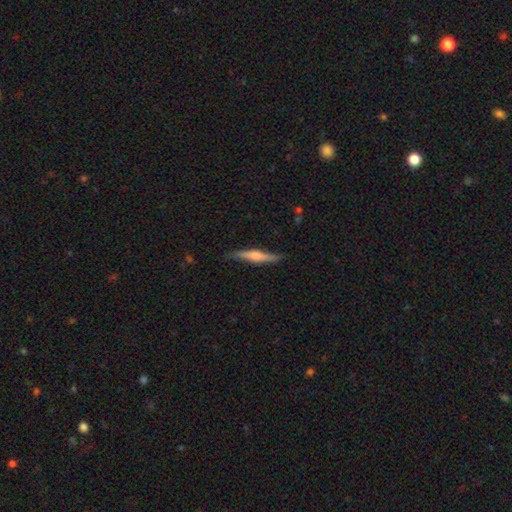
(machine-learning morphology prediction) Smooth or featured: featured or disk — 57% (smooth — 38%)
Edge-on disk: yes — 96% (no — 4%)
Edge-on bulge: rounded — 72% (boxy — 17%)
Merging: none — 82% (minor disturbance — 14%)